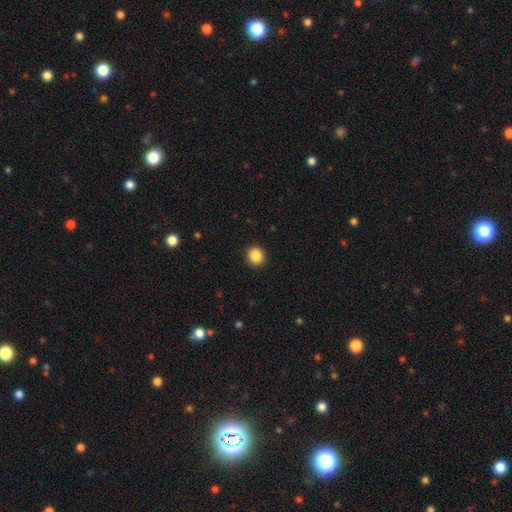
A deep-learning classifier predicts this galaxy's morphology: This is clearly a smooth galaxy (88%). How rounded: clearly round (85%). Merging: clearly none (92%).